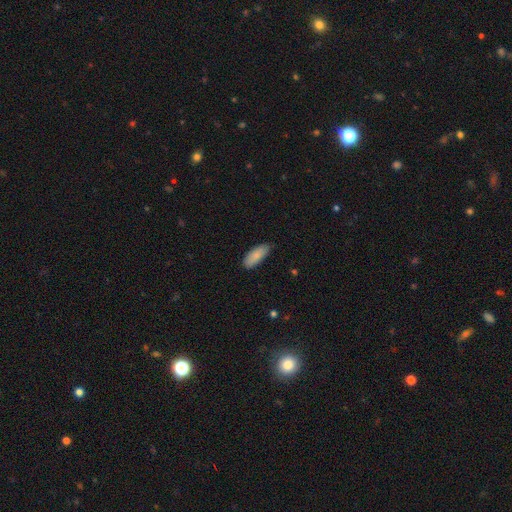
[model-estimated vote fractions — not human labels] A smooth galaxy with no disk features (85%) that is in between round and cigar-shaped (78%). Merging: none (83%).